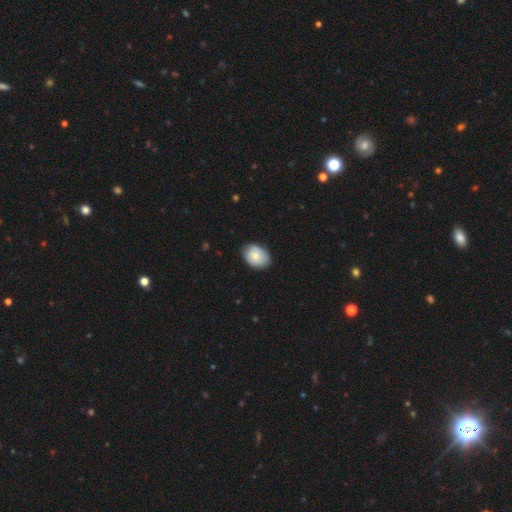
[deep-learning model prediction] The model was most divided on "how rounded": in between: 67%, round: 32%, cigar-shaped: 1%. More confident: merging — none (78%); smooth or featured — smooth (73%).